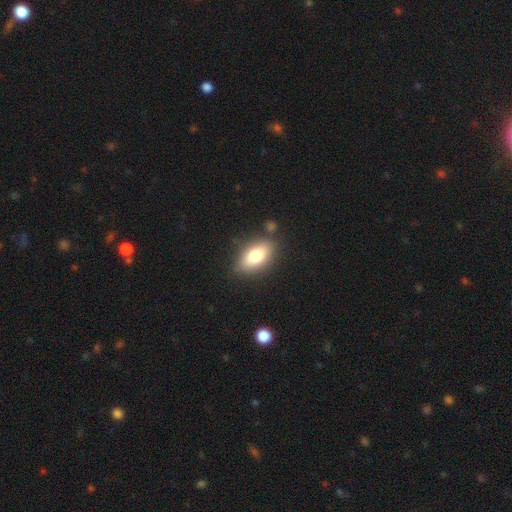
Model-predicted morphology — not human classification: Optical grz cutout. It shows a smooth galaxy with no disk features (78%) that is in between round and cigar-shaped (88%). Merging: none (81%).